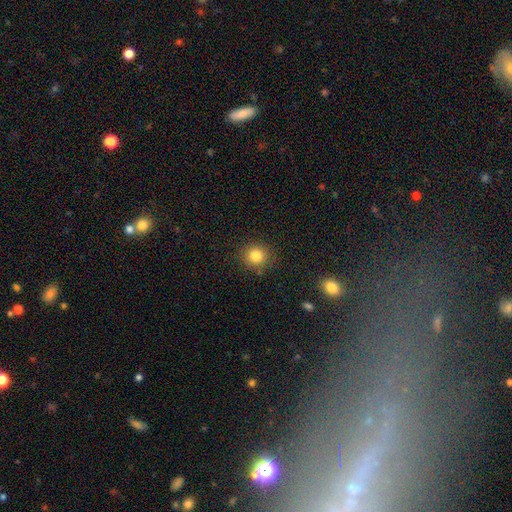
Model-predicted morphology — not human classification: Smooth or featured? Predicted: smooth (p=0.83). How rounded? Predicted: round (p=0.87). Merging? Predicted: none (p=0.85).